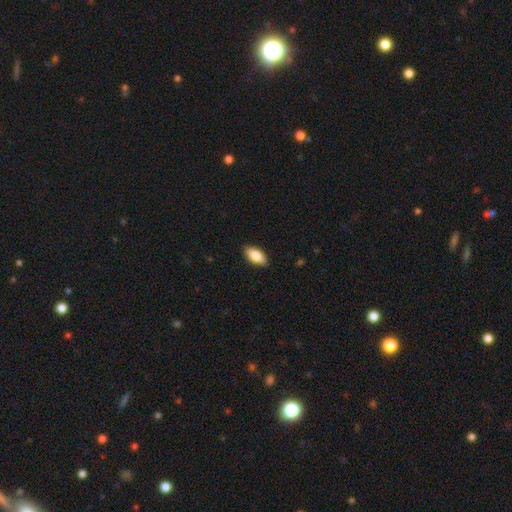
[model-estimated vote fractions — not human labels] Overall: smooth (83%). How rounded: in between (90%). Merging: none (89%).